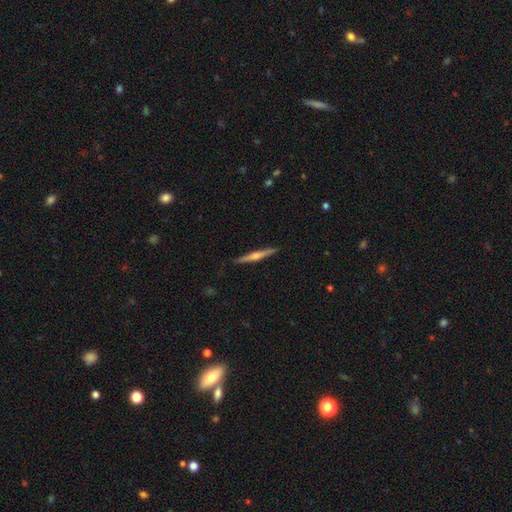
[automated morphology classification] The model was most divided on "smooth or featured": featured or disk: 70%, smooth: 24%, star or artifact: 6%. More confident: edge-on disk — yes (98%); merging — none (91%); edge-on bulge — rounded (82%).